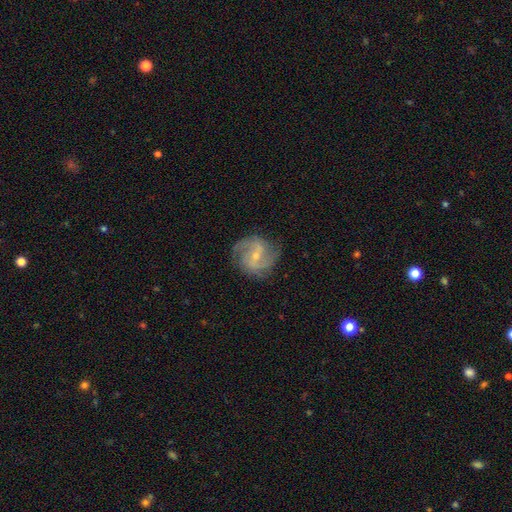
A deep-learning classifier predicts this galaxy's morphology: featured or disk 85%, smooth 9%, star or artifact 6%. Down the decision tree: edge-on disk — no (98%); bar — weak (52%); spiral arms — yes (96%); spiral arm count — 2 (71%); spiral winding — medium (52%); bulge size — small (66%); merging — none (78%).